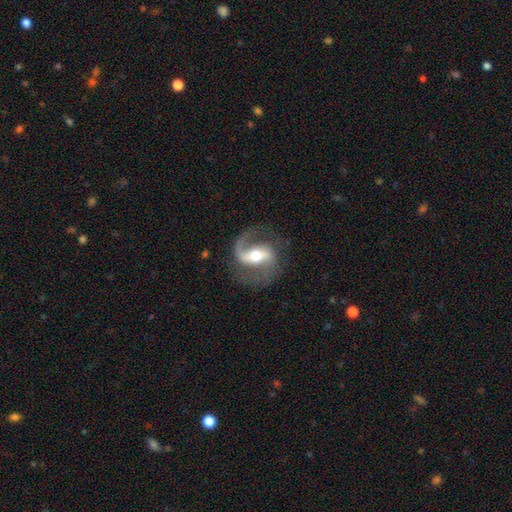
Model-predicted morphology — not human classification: featured or disk 89%, smooth 6%, star or artifact 5%. Down the decision tree: edge-on disk — no (97%); bar — strong (50%); spiral arms — yes (97%); spiral arm count — 2 (85%); spiral winding — medium (52%); bulge size — moderate (67%); merging — none (77%).